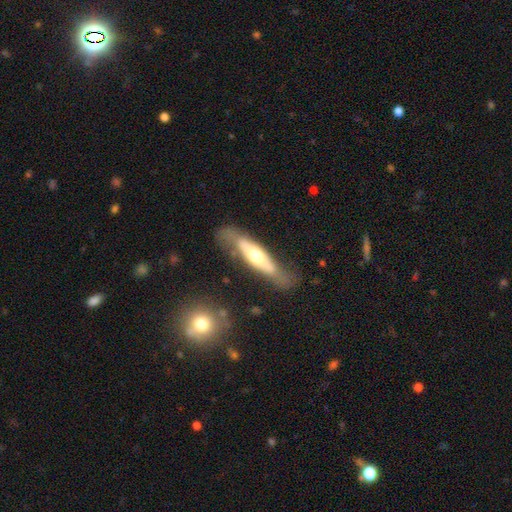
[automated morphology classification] This appears to be a featured or disk galaxy (55%) viewed edge-on (58%). Merging: none (56%).